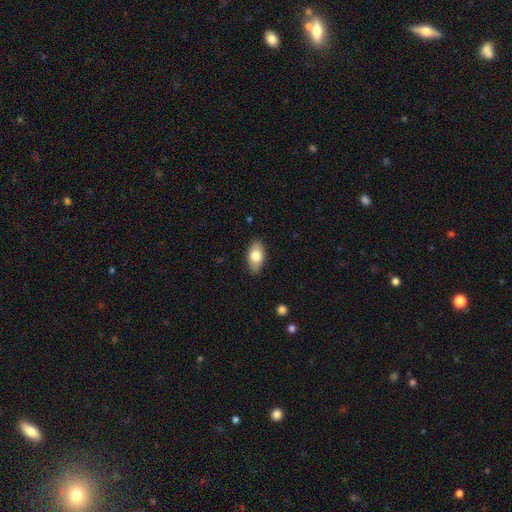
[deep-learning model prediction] Morphology: type=smooth (78%); roundness=in between (91%); merging=none (86%).